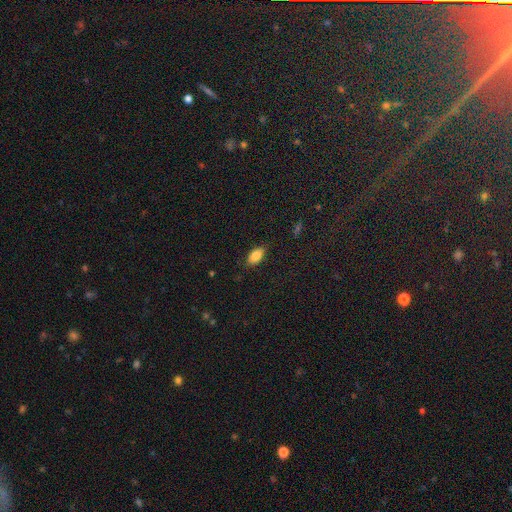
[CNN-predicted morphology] Smooth or featured: smooth — 84% (star or artifact — 8%)
How rounded: in between — 91% (cigar-shaped — 6%)
Merging: none — 82% (minor disturbance — 14%)